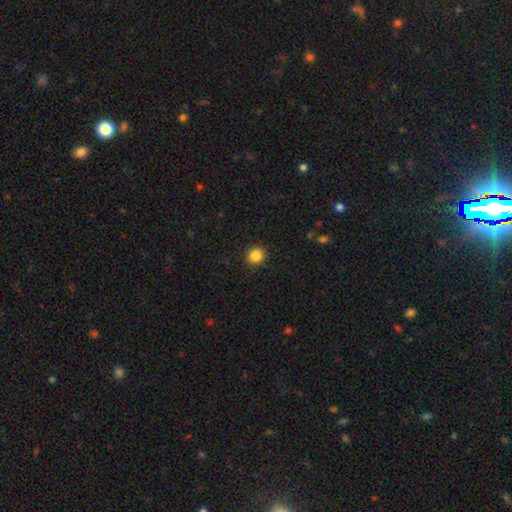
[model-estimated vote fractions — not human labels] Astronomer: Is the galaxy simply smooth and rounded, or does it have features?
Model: smooth — 86%.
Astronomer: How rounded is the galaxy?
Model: round — 84%.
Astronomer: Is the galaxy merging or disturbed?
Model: none — 91%.